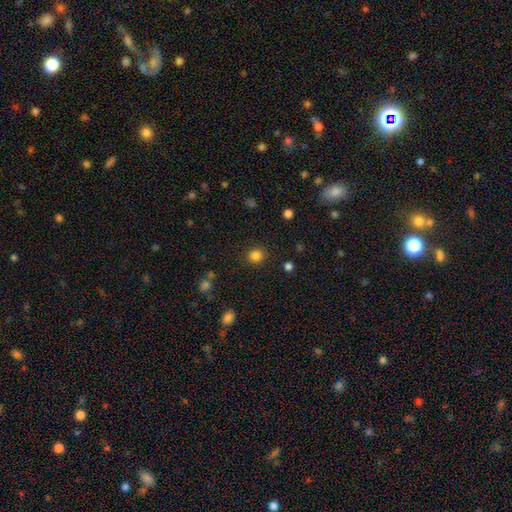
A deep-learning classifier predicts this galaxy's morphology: This is clearly a smooth galaxy (84%). How rounded: clearly round (89%). Merging: clearly none (89%).